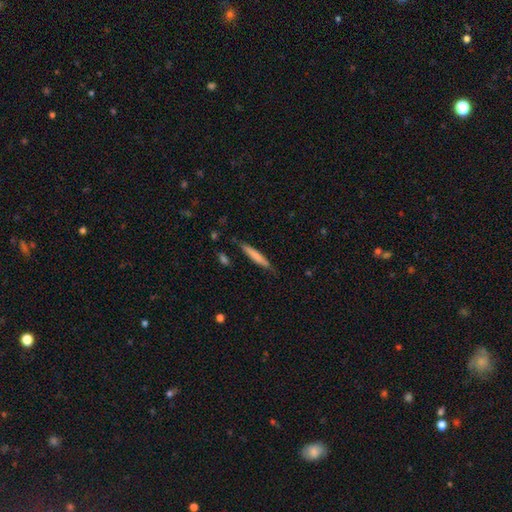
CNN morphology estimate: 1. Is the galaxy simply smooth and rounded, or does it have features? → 72% smooth, 22% featured or disk, 6% star or artifact.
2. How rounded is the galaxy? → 93% cigar-shaped, 6% in between, 1% round.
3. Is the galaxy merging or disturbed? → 82% none, 14% minor disturbance, 2% major disturbance, 2% merger.